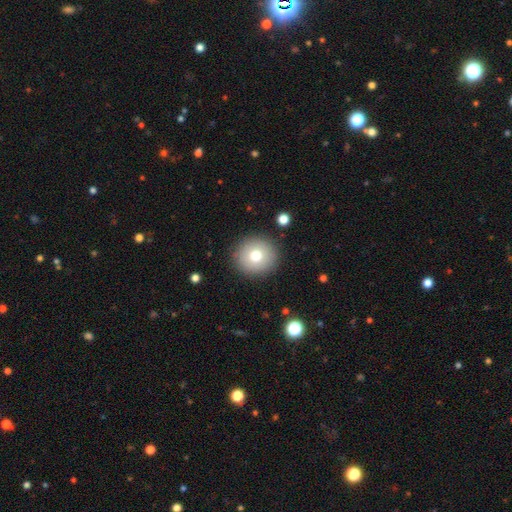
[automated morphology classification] smooth_or_featured: smooth (p=0.75) [alt: featured or disk p=0.15]
how_rounded: round (p=0.93) [alt: in between p=0.06]
merging: none (p=0.89) [alt: minor disturbance p=0.07]